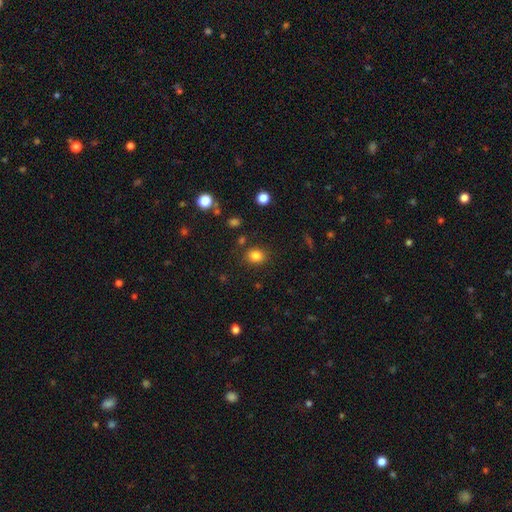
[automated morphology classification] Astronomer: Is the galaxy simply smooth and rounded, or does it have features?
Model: smooth — 83%.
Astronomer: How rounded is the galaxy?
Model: round — 56% (runner-up: in between, 44%).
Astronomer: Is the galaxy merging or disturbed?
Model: none — 83%.